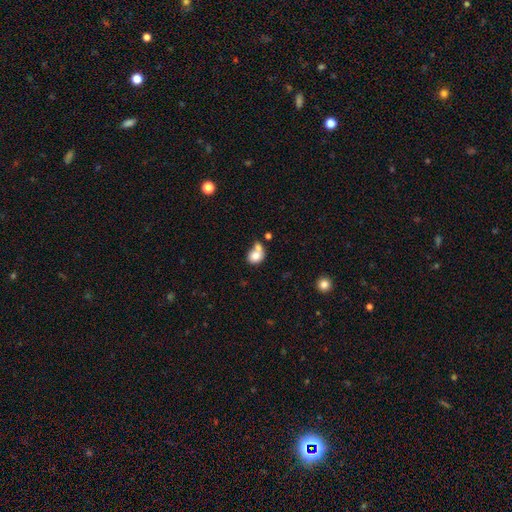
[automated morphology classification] This is likely a smooth galaxy (77%). How rounded: possibly round (60%). Merging: possibly merger (54%).